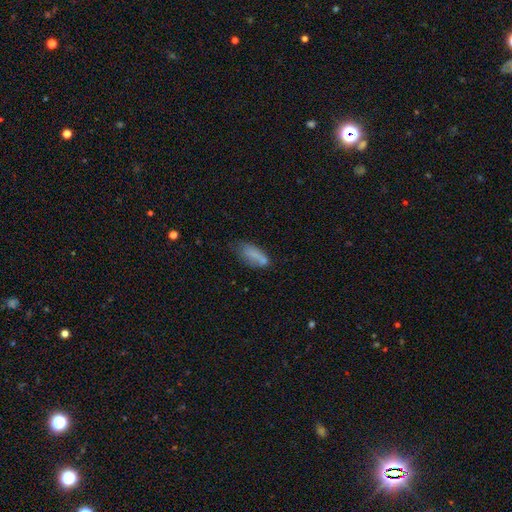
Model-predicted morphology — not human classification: A smooth galaxy with no disk features (73%) that is in between round and cigar-shaped (70%). Merging: none (43%).